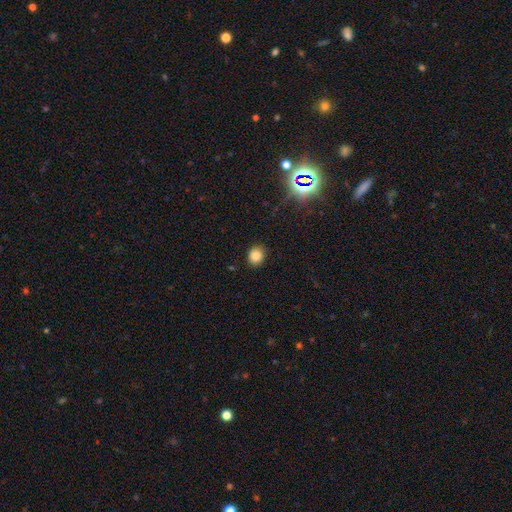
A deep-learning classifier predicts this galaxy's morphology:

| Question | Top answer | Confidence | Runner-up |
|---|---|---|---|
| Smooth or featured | smooth | 82% | star or artifact (12%) |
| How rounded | round | 68% | in between (31%) |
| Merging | none | 88% | minor disturbance (9%) |